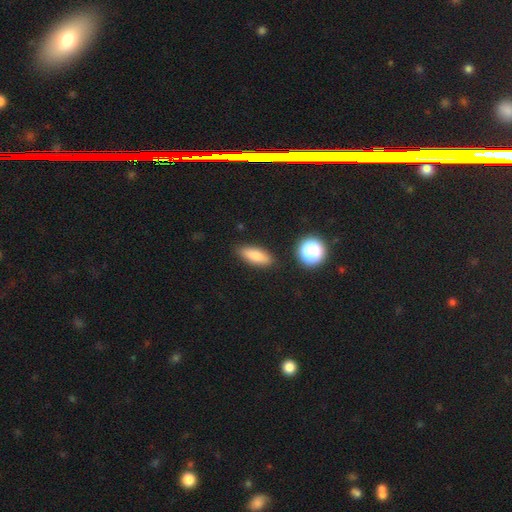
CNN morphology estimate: Q: Smooth or featured?
A: smooth (82%); runner-up: featured or disk (10%)
Q: How rounded?
A: in between (67%); runner-up: cigar-shaped (29%)
Q: Merging?
A: none (86%); runner-up: minor disturbance (9%)